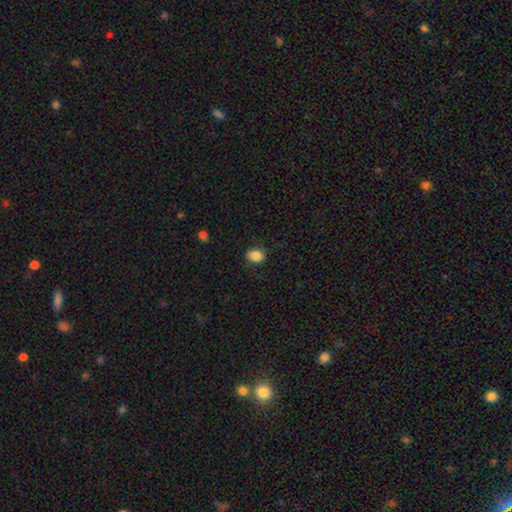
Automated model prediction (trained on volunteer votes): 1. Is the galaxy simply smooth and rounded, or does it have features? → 87% smooth, 9% star or artifact, 4% featured or disk.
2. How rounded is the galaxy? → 62% in between, 37% round, 1% cigar-shaped.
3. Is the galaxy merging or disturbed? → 84% none, 12% minor disturbance, 3% major disturbance, 1% merger.